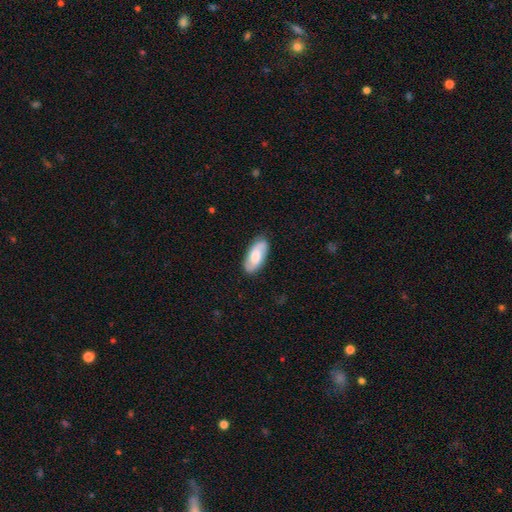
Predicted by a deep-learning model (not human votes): A featured or disk galaxy (50%).

Vote fractions:
- Smooth or featured? featured or disk: 50% / smooth: 44% / star or artifact: 6%
- Merging? none: 85% / minor disturbance: 11% / major disturbance: 3% / merger: 1%